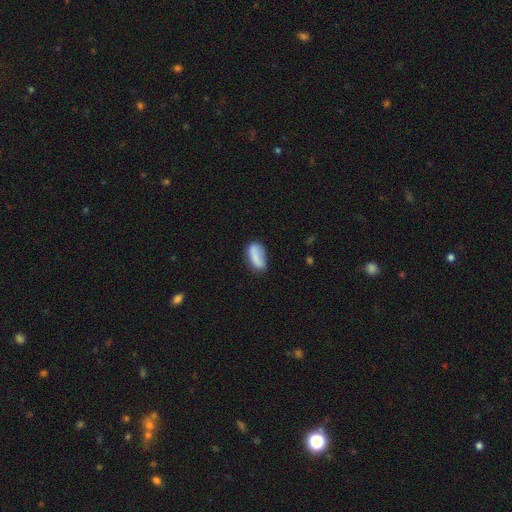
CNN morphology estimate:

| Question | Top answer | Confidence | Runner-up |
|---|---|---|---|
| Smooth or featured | smooth | 78% | featured or disk (14%) |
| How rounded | in between | 83% | cigar-shaped (14%) |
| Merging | none | 59% | minor disturbance (27%) |